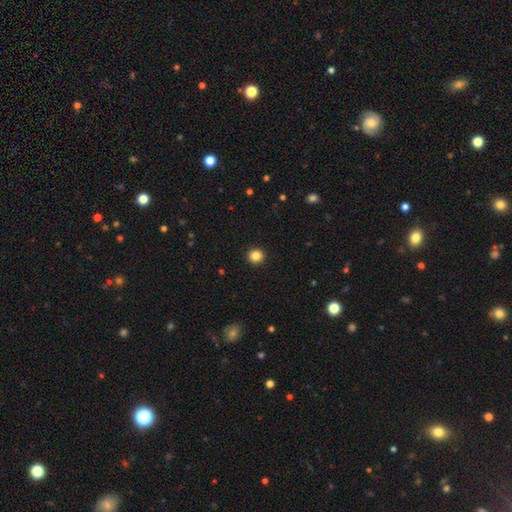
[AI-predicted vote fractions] This appears to be a smooth galaxy with no disk features (85%) that is round (95%). Merging: none (94%).